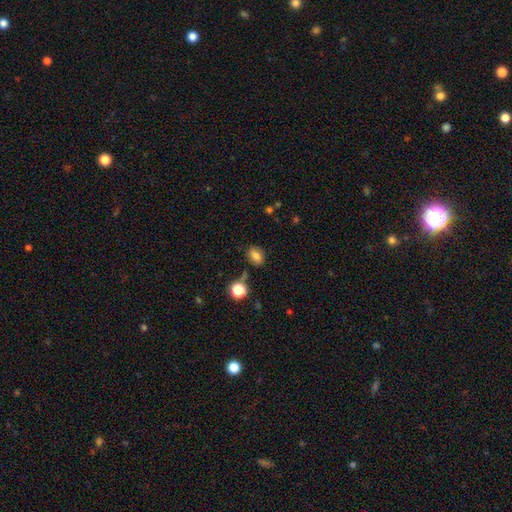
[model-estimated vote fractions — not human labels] A smooth galaxy with no disk features (79%) that is in between round and cigar-shaped (76%). Merging: none (74%).